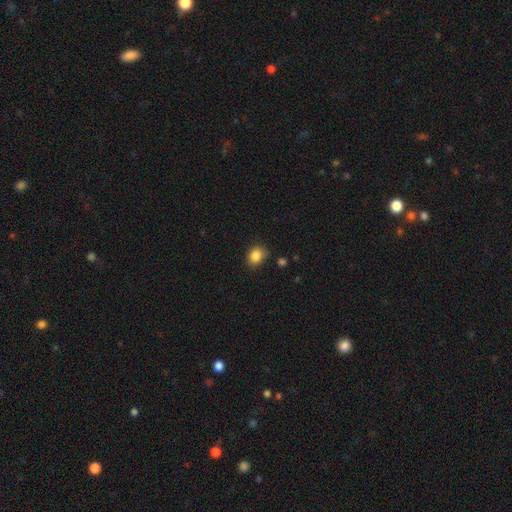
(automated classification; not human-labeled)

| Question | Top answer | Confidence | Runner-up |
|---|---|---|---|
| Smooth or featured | smooth | 85% | star or artifact (10%) |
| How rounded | round | 52% | in between (47%) |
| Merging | none | 75% | minor disturbance (18%) |